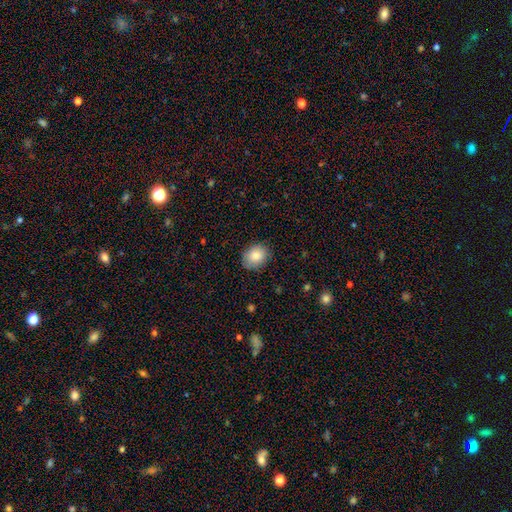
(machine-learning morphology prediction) type=smooth (86%); roundness=in between (52%); merging=none (84%).